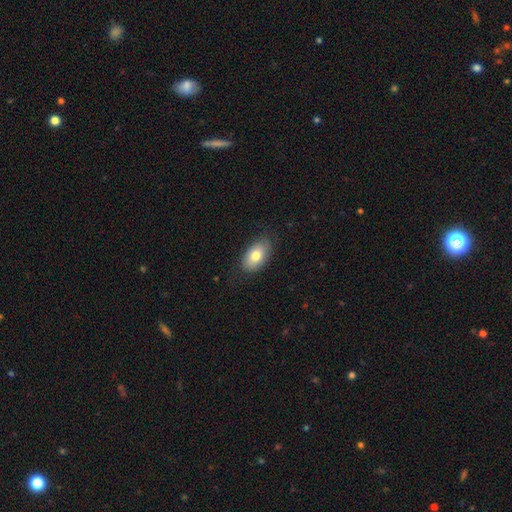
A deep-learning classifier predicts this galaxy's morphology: This is likely a smooth galaxy (76%). How rounded: clearly in between (91%). Merging: clearly none (81%).